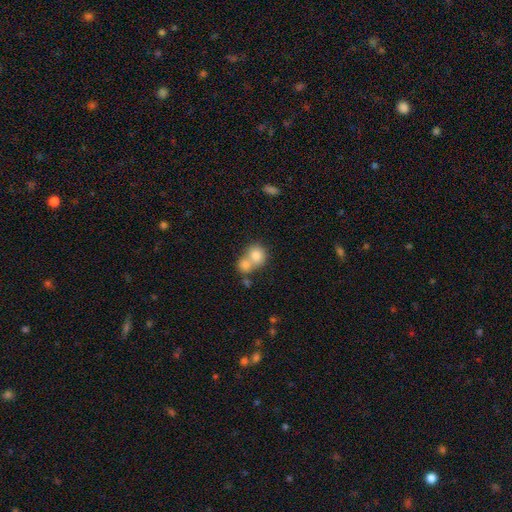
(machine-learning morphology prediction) Q: Smooth or featured?
A: smooth (78%); runner-up: featured or disk (13%)
Q: How rounded?
A: round (78%); runner-up: in between (21%)
Q: Merging?
A: merger (61%); runner-up: none (30%)